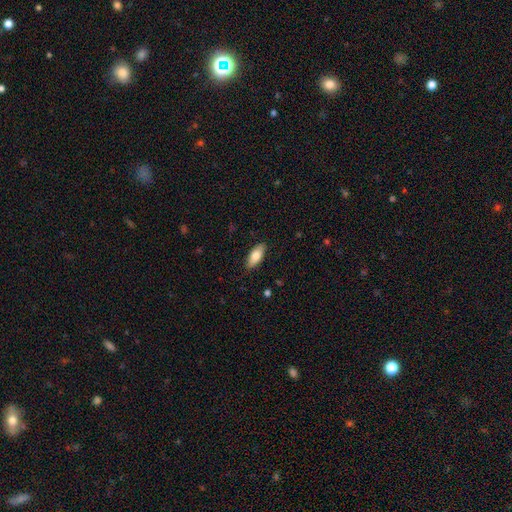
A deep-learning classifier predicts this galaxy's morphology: Smooth or featured? Predicted: smooth (p=0.78). How rounded? Predicted: in between (p=0.83). Merging? Predicted: none (p=0.89).